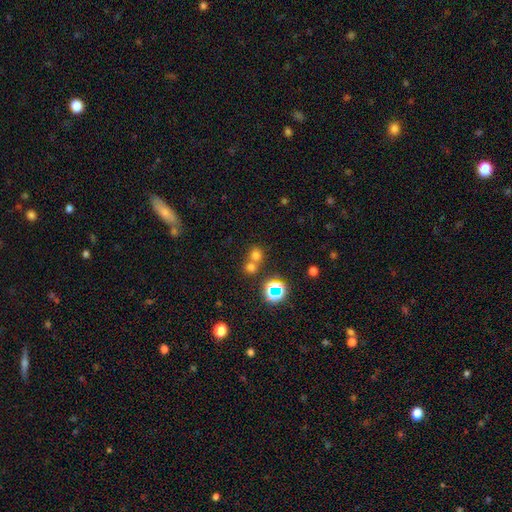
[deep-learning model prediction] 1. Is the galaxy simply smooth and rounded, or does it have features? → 65% smooth, 26% star or artifact, 9% featured or disk.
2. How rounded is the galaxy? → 80% round, 19% in between, 1% cigar-shaped.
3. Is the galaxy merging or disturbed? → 49% none, 42% merger, 6% minor disturbance, 3% major disturbance.